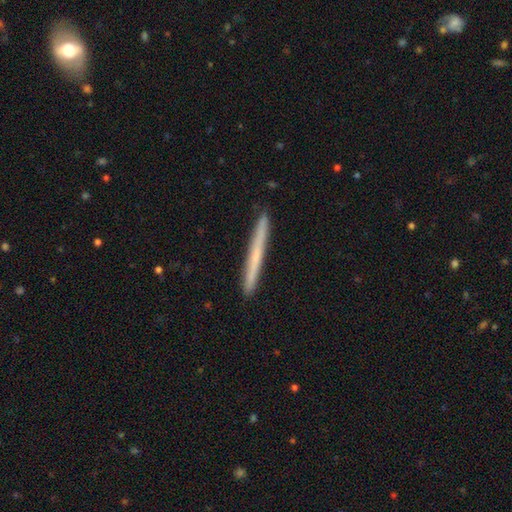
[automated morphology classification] Overall: smooth (52%; featured or disk 42%). How rounded: cigar-shaped (97%). Merging: none (92%).